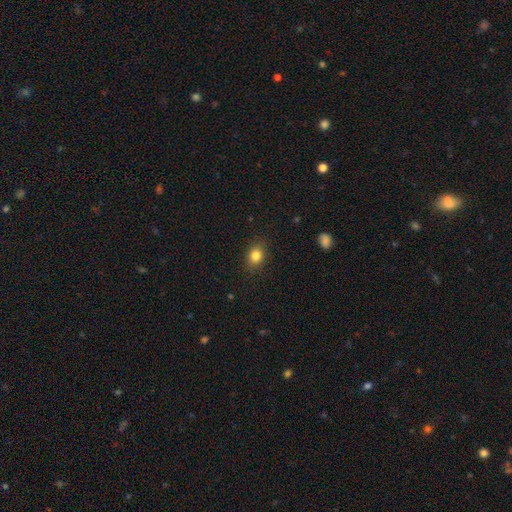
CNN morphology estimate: Overall: smooth (83%). How rounded: round (52%; in between 47%). Merging: none (86%).